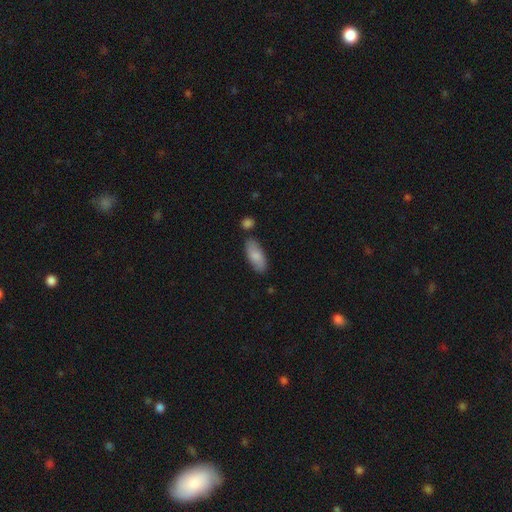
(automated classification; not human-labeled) Q: Smooth or featured?
A: smooth (79%); runner-up: featured or disk (15%)
Q: How rounded?
A: in between (83%); runner-up: cigar-shaped (15%)
Q: Merging?
A: none (77%); runner-up: minor disturbance (14%)